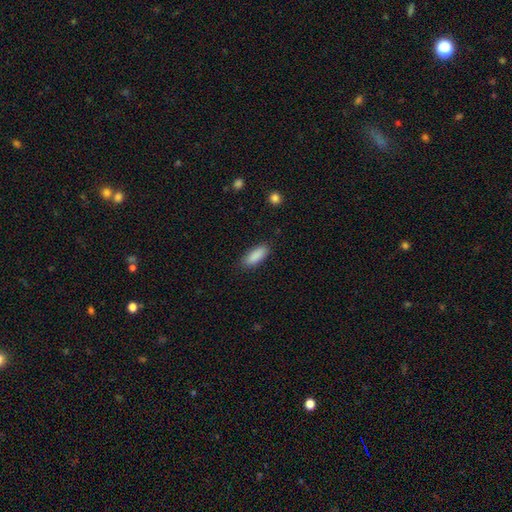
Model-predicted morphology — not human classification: Overall: smooth (89%). How rounded: in between (72%). Merging: none (86%).